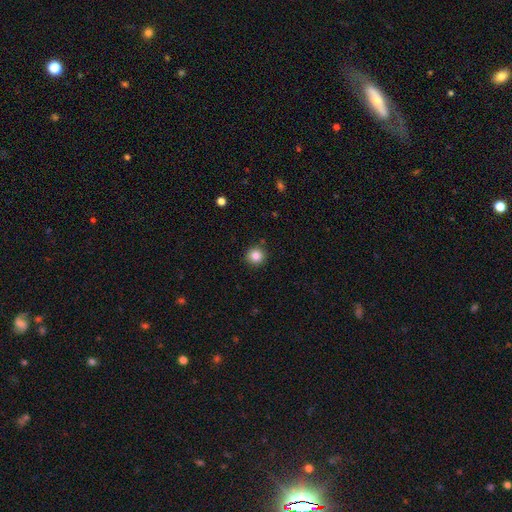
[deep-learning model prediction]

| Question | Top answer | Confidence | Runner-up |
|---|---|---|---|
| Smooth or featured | smooth | 85% | star or artifact (11%) |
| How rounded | round | 94% | in between (5%) |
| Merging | none | 91% | minor disturbance (6%) |